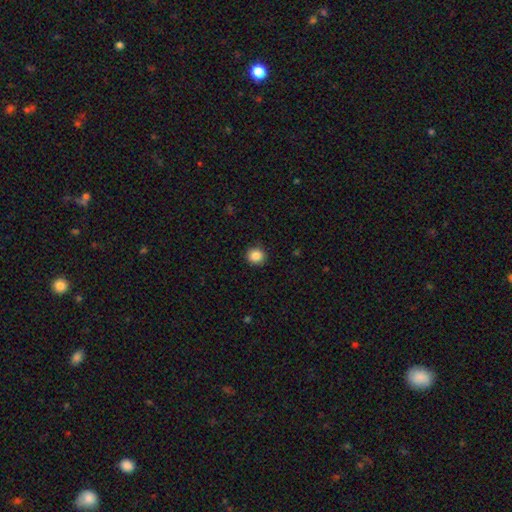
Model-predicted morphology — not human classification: smooth_or_featured: smooth (p=0.86) [alt: star or artifact p=0.10]
how_rounded: round (p=0.90) [alt: in between p=0.09]
merging: none (p=0.91) [alt: minor disturbance p=0.06]